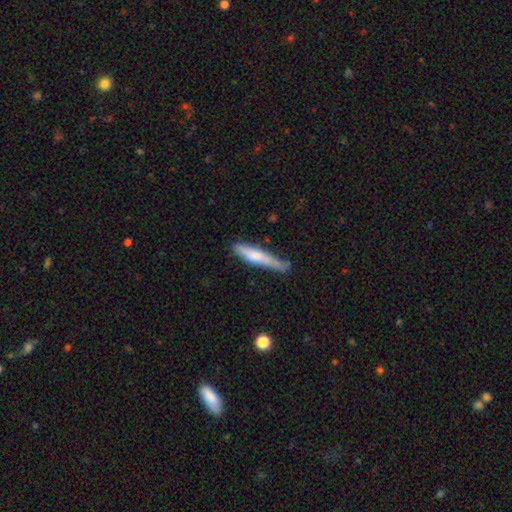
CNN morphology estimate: smooth_or_featured: smooth (p=0.66) [alt: featured or disk p=0.28]
how_rounded: cigar-shaped (p=0.89) [alt: in between p=0.10]
merging: none (p=0.59) [alt: minor disturbance p=0.29]